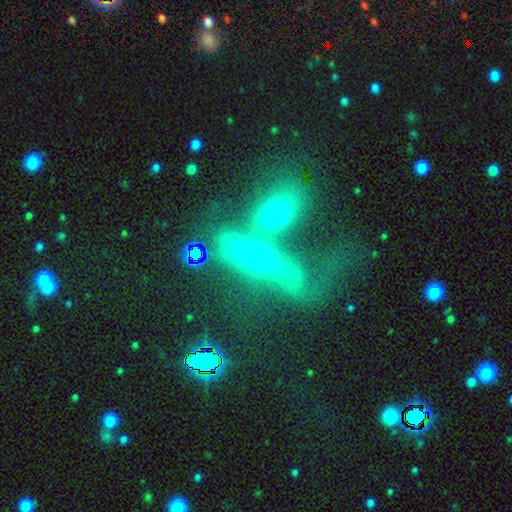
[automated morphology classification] Smooth or featured?
  - featured or disk: 46% *
  - smooth: 39%
  - star or artifact: 15%
Merging?
  - merger: 59% *
  - none: 18%
  - major disturbance: 13%
  - minor disturbance: 9%